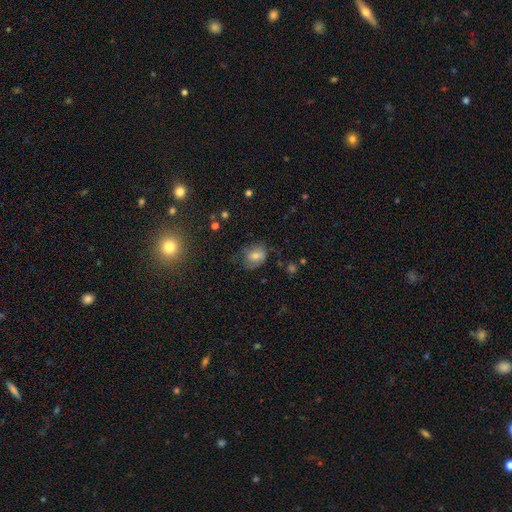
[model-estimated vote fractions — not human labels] Smooth or featured?
  - smooth: 66% *
  - featured or disk: 22%
  - star or artifact: 13%
How rounded?
  - in between: 57% *
  - round: 41%
  - cigar-shaped: 1%
Merging?
  - none: 58% *
  - minor disturbance: 27%
  - major disturbance: 13%
  - merger: 2%